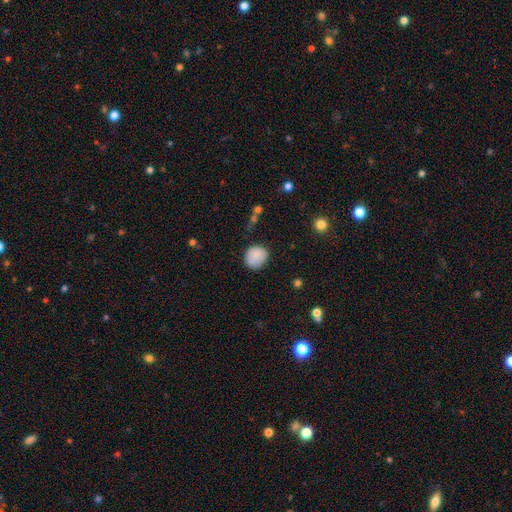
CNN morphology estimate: This is clearly a smooth galaxy (85%). How rounded: likely round (79%). Merging: likely none (77%).